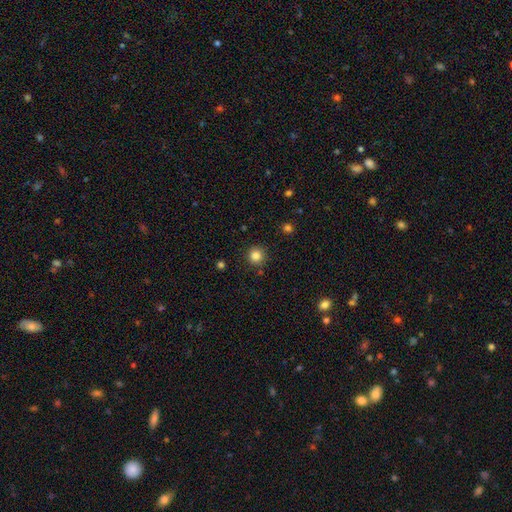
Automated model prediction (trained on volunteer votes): smooth-or-featured: smooth: 84% | star or artifact: 12% | featured or disk: 4%
  how-rounded: round: 95% | in between: 4% | cigar-shaped: 1%
  merging: none: 90% | minor disturbance: 6% | merger: 2% | major disturbance: 2%